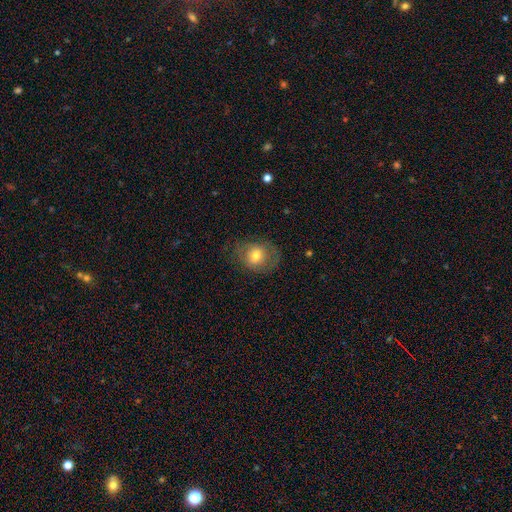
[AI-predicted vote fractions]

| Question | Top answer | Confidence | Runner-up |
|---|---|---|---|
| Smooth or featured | smooth | 63% | featured or disk (28%) |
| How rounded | round | 56% | in between (43%) |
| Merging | none | 66% | minor disturbance (20%) |